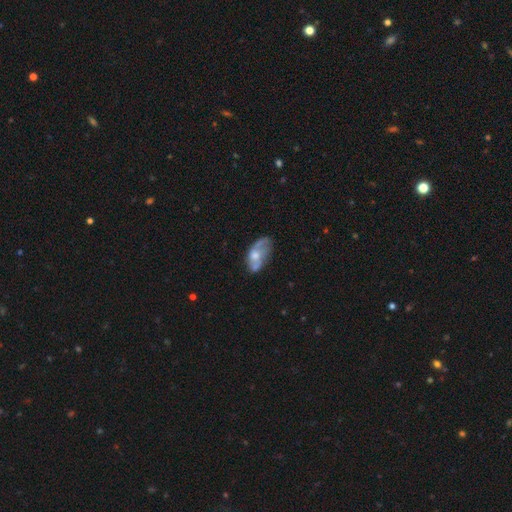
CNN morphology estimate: This is possibly a featured or disk galaxy (55%). It is clearly not viewed edge-on (93%). Bar: likely no (74%). Spiral arm pattern: possibly yes (58%). Central bulge: possibly moderate (56%). Merging: marginally none (43%).